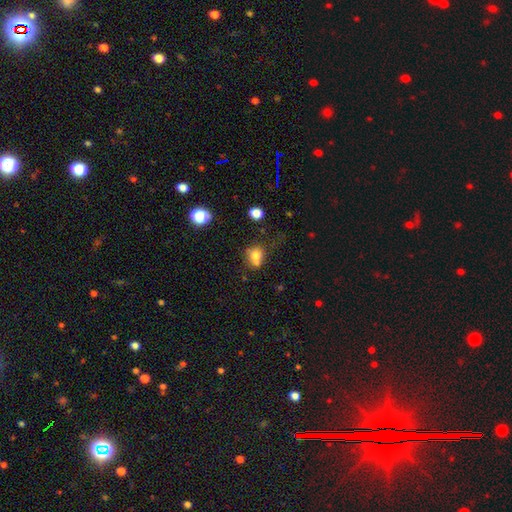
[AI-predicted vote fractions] smooth 72%, featured or disk 15%, star or artifact 14%. Down the decision tree: how rounded — round (67%); merging — none (40%).